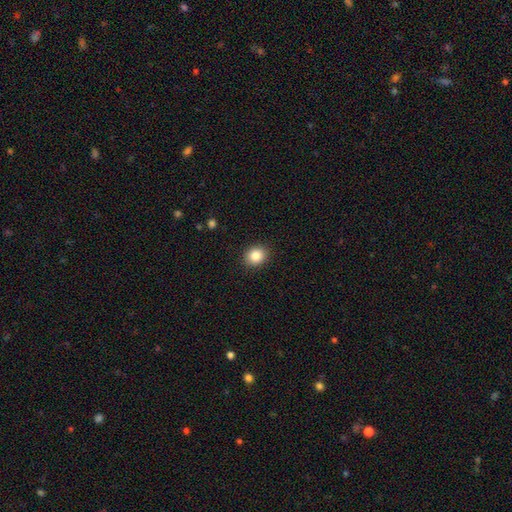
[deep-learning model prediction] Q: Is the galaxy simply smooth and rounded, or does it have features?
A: smooth — 85%.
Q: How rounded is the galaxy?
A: round — 69%.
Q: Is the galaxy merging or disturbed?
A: none — 90%.